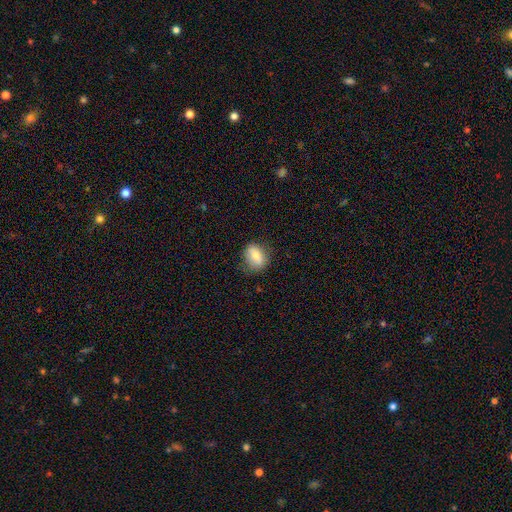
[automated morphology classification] Q: Smooth or featured?
A: smooth (75%); runner-up: featured or disk (17%)
Q: How rounded?
A: in between (66%); runner-up: round (31%)
Q: Merging?
A: none (75%); runner-up: minor disturbance (19%)